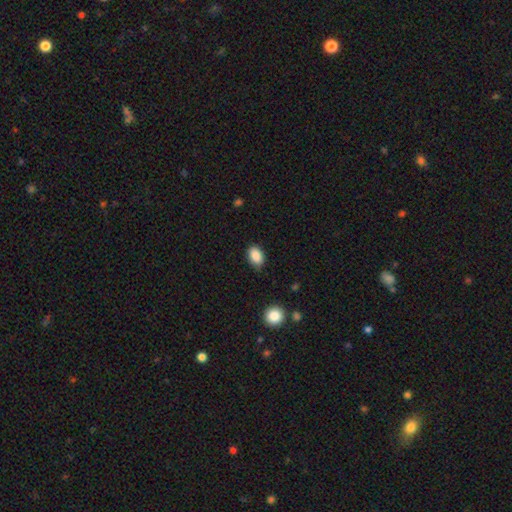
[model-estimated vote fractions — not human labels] smooth_or_featured: smooth (p=0.88) [alt: star or artifact p=0.08]
how_rounded: in between (p=0.82) [alt: round p=0.17]
merging: none (p=0.81) [alt: minor disturbance p=0.15]